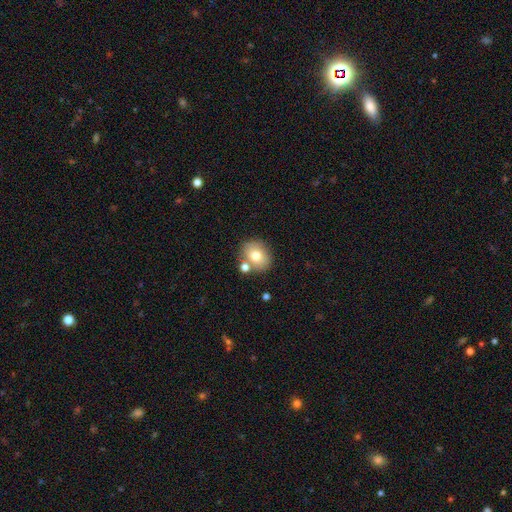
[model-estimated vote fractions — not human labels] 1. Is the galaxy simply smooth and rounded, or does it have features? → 74% smooth, 15% featured or disk, 10% star or artifact.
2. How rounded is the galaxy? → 64% round, 35% in between, 1% cigar-shaped.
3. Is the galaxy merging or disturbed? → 68% none, 17% merger, 11% minor disturbance, 3% major disturbance.